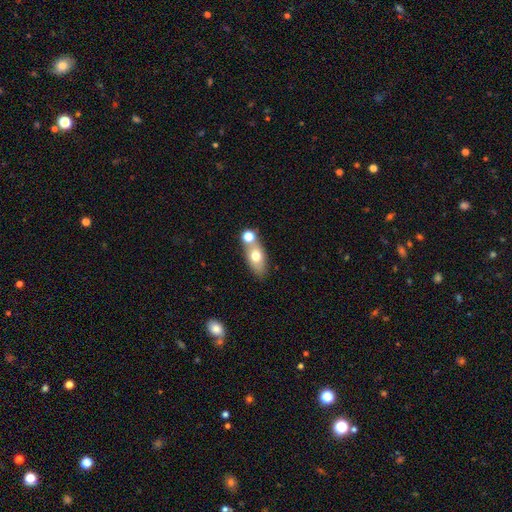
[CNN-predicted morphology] This is likely a smooth galaxy (68%). How rounded: likely in between (75%). Merging: possibly none (50%).